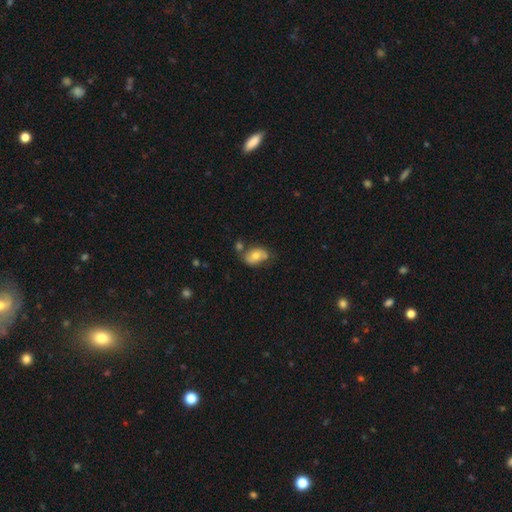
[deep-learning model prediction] This appears to be a smooth galaxy with no disk features (61%) that is in between round and cigar-shaped (84%). Merging: none (54%).